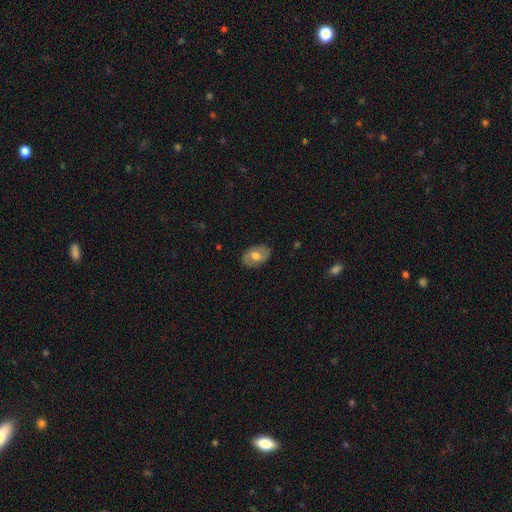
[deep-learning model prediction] The model was most divided on "smooth or featured": smooth: 49%, featured or disk: 45%, star or artifact: 7%. More confident: merging — none (82%).